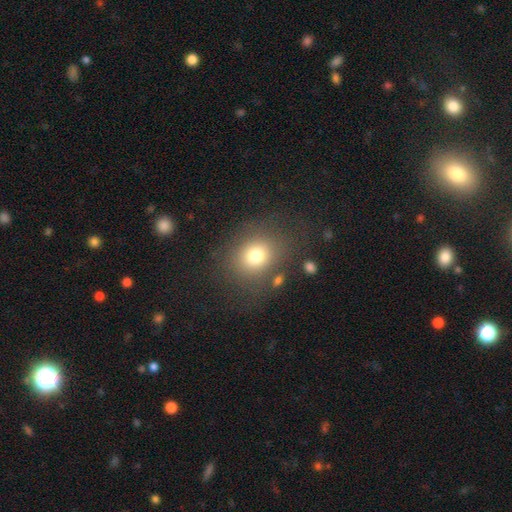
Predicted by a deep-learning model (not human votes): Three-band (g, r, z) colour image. It shows a smooth galaxy with no disk features (75%) that is round (71%). Merging: none (75%).